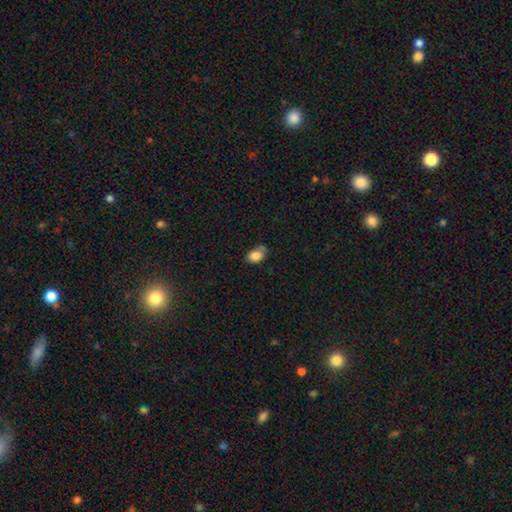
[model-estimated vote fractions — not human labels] Morphology: type=smooth (84%); roundness=in between (78%); merging=none (55%).